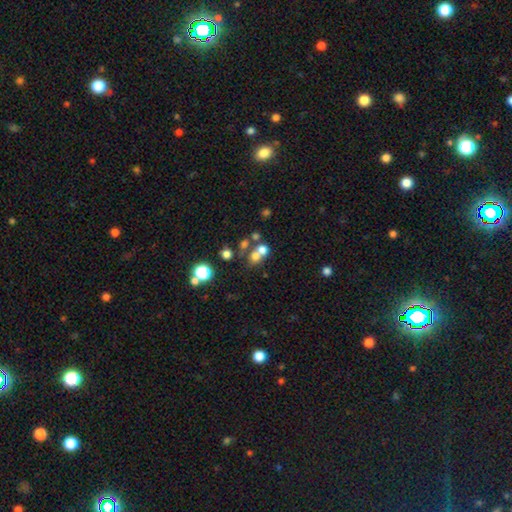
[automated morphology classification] Smooth or featured?
  - smooth: 62% *
  - star or artifact: 21%
  - featured or disk: 18%
How rounded?
  - round: 74% *
  - in between: 25%
  - cigar-shaped: 1%
Merging?
  - merger: 48% *
  - none: 39%
  - minor disturbance: 7%
  - major disturbance: 6%